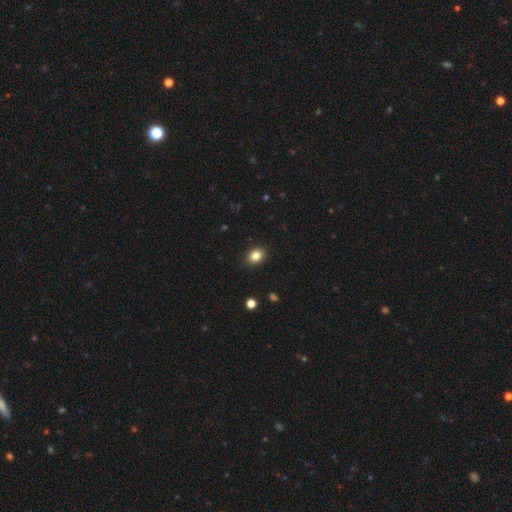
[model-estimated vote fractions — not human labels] Morphology: type=smooth (84%); roundness=in between (61%); merging=none (89%).